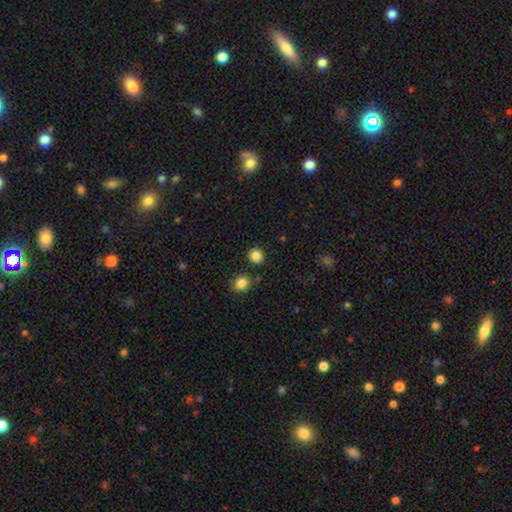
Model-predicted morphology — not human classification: This is clearly a smooth galaxy (86%). How rounded: clearly round (86%). Merging: clearly none (86%).